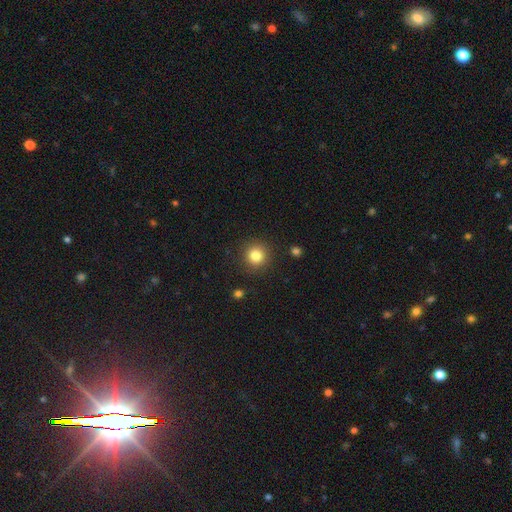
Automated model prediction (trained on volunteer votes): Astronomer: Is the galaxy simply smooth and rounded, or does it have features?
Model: smooth — 83%.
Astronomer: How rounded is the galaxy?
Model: round — 94%.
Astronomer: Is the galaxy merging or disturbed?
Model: none — 89%.